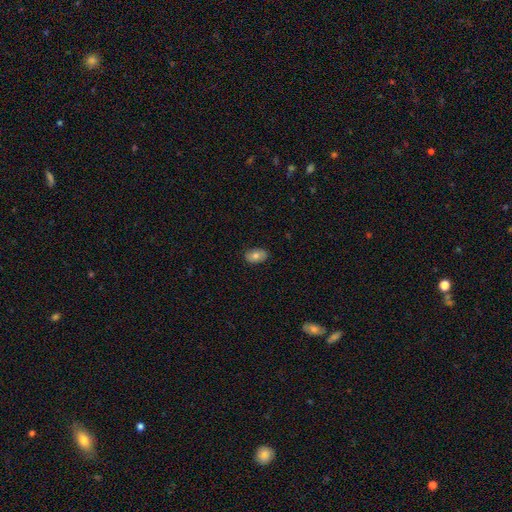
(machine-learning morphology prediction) A smooth galaxy with no disk features (75%) that is in between round and cigar-shaped (90%). Merging: none (86%).